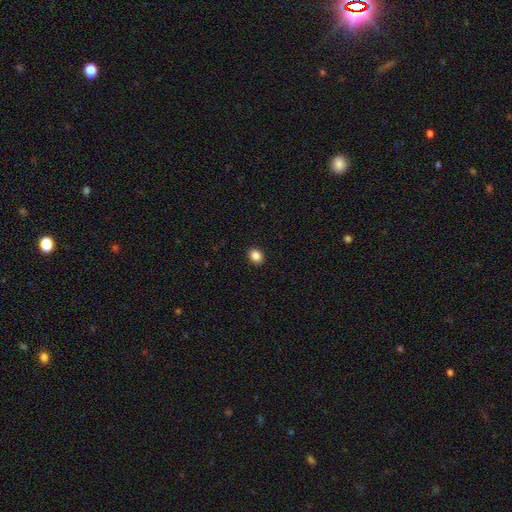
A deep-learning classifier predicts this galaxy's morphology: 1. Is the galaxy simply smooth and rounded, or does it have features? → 87% smooth, 10% star or artifact, 4% featured or disk.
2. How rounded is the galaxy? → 53% round, 46% in between, 1% cigar-shaped.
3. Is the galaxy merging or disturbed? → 92% none, 6% minor disturbance, 2% major disturbance, 1% merger.